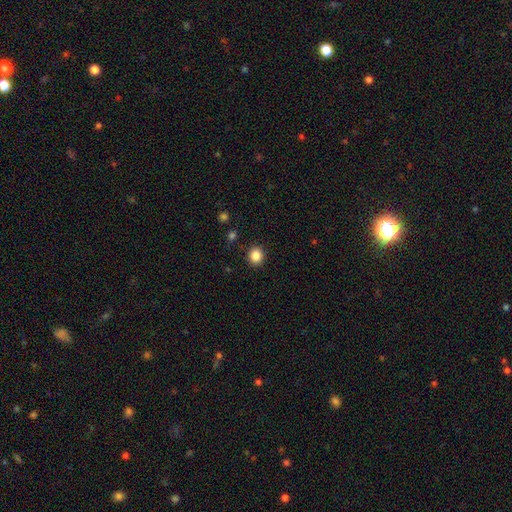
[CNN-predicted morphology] smooth 87%, star or artifact 10%, featured or disk 3%. Down the decision tree: how rounded — round (77%); merging — none (90%).